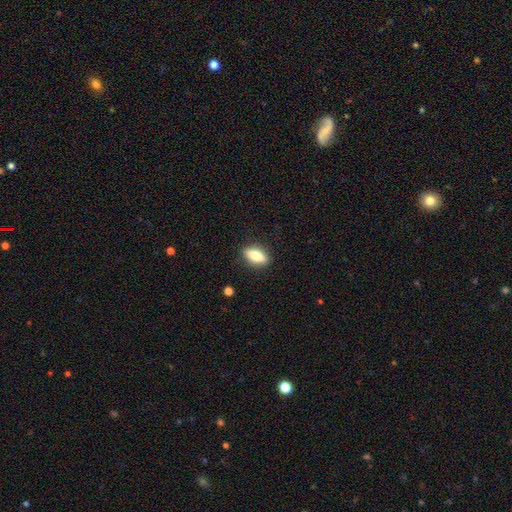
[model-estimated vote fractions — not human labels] This is likely a smooth galaxy (67%). How rounded: likely in between (68%). Merging: clearly none (87%).